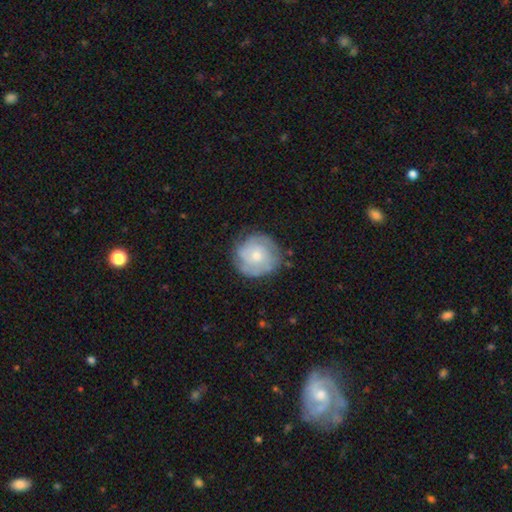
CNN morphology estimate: smooth-or-featured: featured or disk: 47% | smooth: 46% | star or artifact: 7%
  merging: none: 75% | minor disturbance: 18% | major disturbance: 6% | merger: 1%